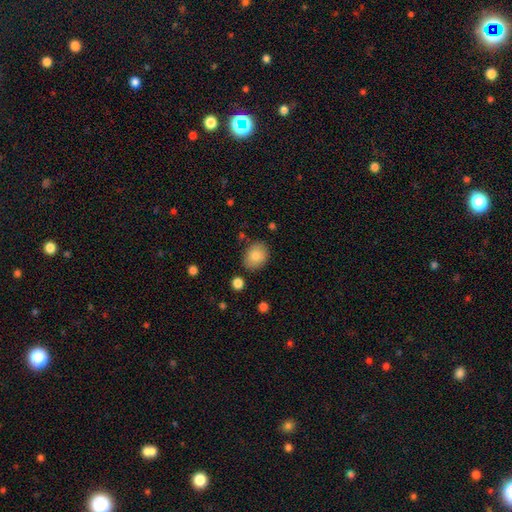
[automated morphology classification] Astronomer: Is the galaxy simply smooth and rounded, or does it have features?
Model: smooth — 84%.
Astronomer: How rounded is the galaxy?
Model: in between — 52% (runner-up: round, 47%).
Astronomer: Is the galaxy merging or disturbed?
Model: none — 82%.